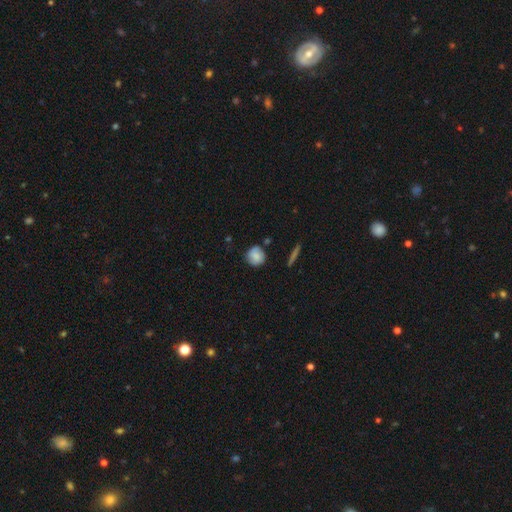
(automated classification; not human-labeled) This is likely a smooth galaxy (69%). How rounded: clearly round (87%). Merging: likely none (75%).